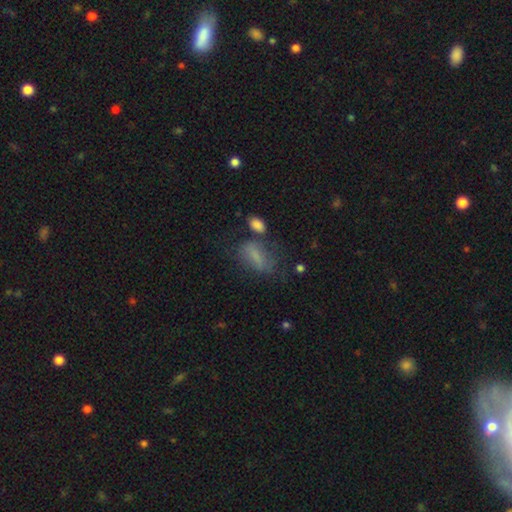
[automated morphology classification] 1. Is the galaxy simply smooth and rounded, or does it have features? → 69% smooth, 19% featured or disk, 13% star or artifact.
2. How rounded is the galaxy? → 79% in between, 14% cigar-shaped, 7% round.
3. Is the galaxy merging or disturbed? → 43% none, 24% minor disturbance, 19% major disturbance, 14% merger.